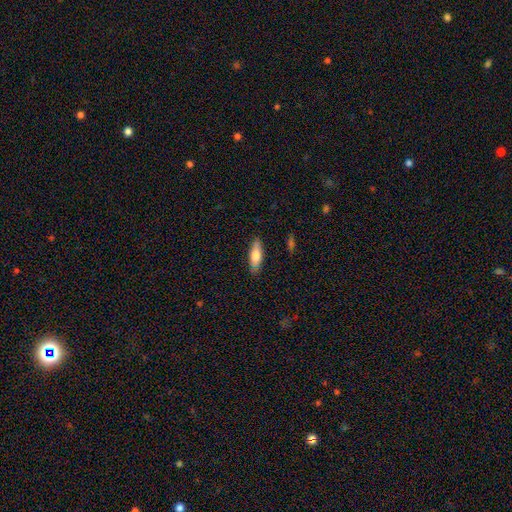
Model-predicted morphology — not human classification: Smooth or featured? smooth (74%)
How rounded? in between (58%)
Merging? none (85%)